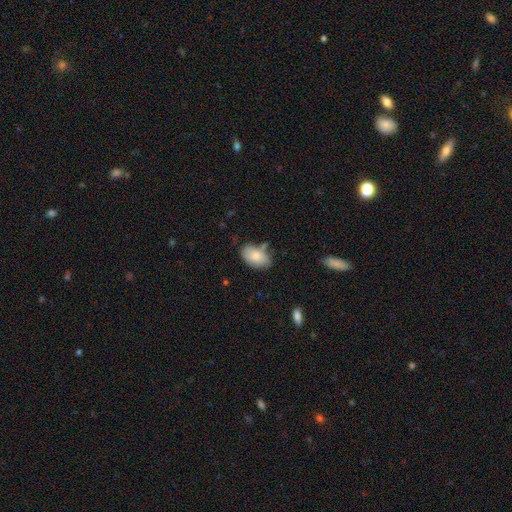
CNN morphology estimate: smooth-or-featured: smooth: 81% | featured or disk: 12% | star or artifact: 7%
  how-rounded: in between: 91% | round: 7% | cigar-shaped: 1%
  merging: none: 61% | minor disturbance: 26% | merger: 7% | major disturbance: 6%